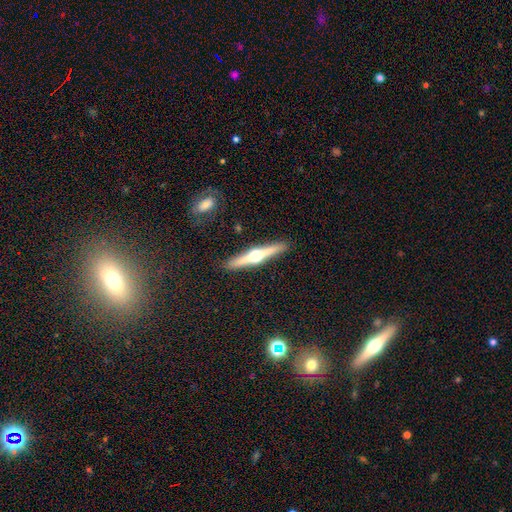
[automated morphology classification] A featured or disk galaxy (77%) viewed edge-on (98%) with a rounded central bulge (96%). Merging: none (91%).